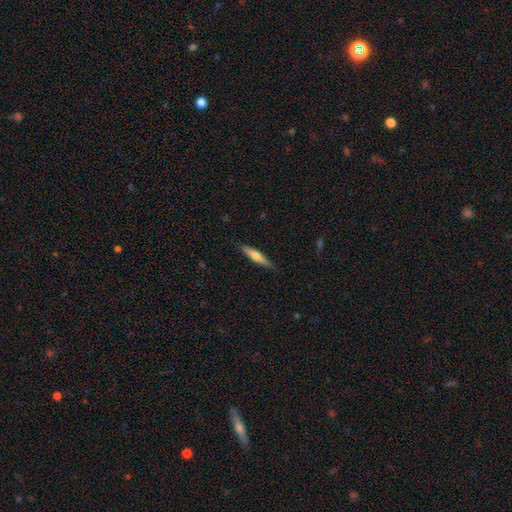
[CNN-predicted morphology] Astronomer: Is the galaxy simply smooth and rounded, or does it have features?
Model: smooth — 50% (runner-up: featured or disk, 44%).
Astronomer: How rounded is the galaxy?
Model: cigar-shaped — 85%.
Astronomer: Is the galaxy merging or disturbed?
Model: none — 86%.